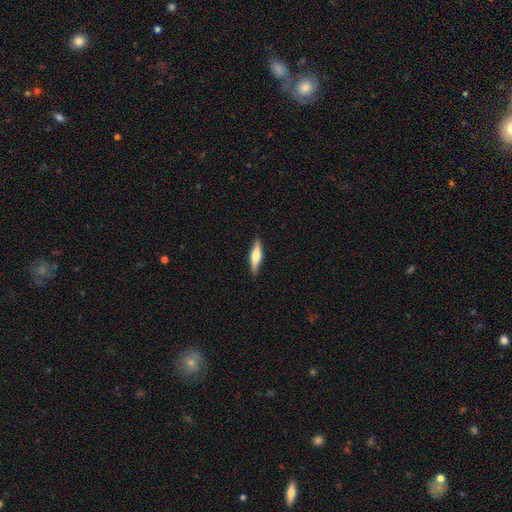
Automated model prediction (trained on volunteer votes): A featured or disk galaxy (50%). Merging: none (87%).